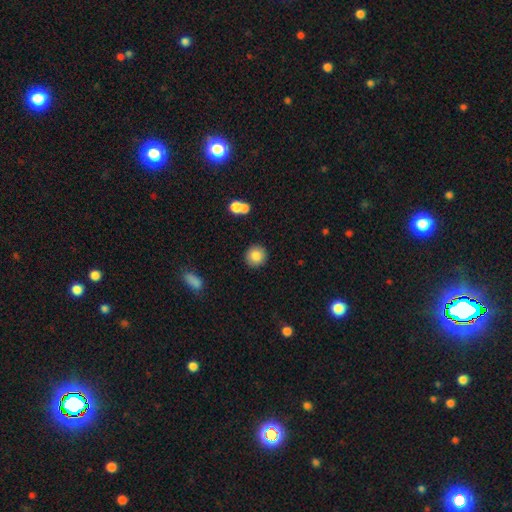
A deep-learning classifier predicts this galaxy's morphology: type=smooth (84%); roundness=round (91%); merging=none (88%).